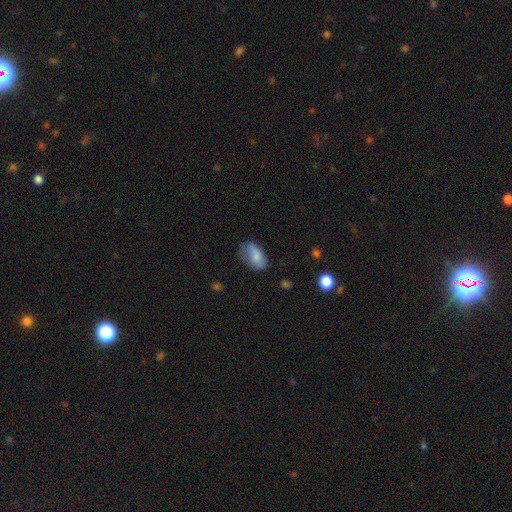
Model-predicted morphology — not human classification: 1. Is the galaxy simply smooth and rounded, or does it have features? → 79% smooth, 12% featured or disk, 8% star or artifact.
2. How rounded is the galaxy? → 91% in between, 6% round, 3% cigar-shaped.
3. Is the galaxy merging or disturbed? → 53% none, 32% minor disturbance, 13% major disturbance, 2% merger.